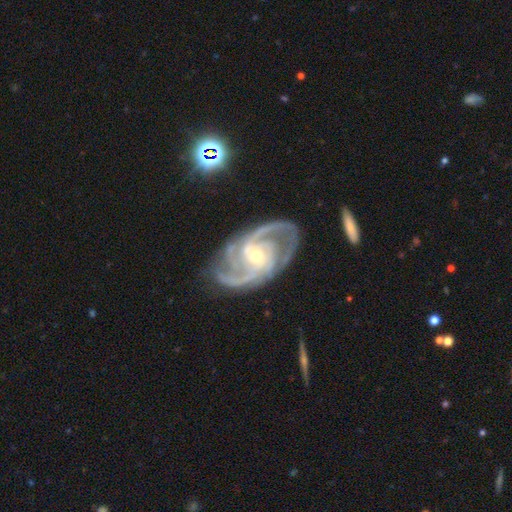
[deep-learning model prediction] smooth_or_featured: featured or disk (p=0.93) [alt: star or artifact p=0.04]
disk_edge_on: no (p=0.97) [alt: yes p=0.03]
bar: no (p=0.42) [alt: weak p=0.40]
has_spiral_arms: yes (p=0.98) [alt: no p=0.02]
spiral_winding: medium (p=0.49) [alt: tight p=0.42]
spiral_arm_count: 3 (p=0.39) [alt: 2 p=0.32]
bulge_size: moderate (p=0.49) [alt: small p=0.48]
merging: none (p=0.76) [alt: minor disturbance p=0.16]